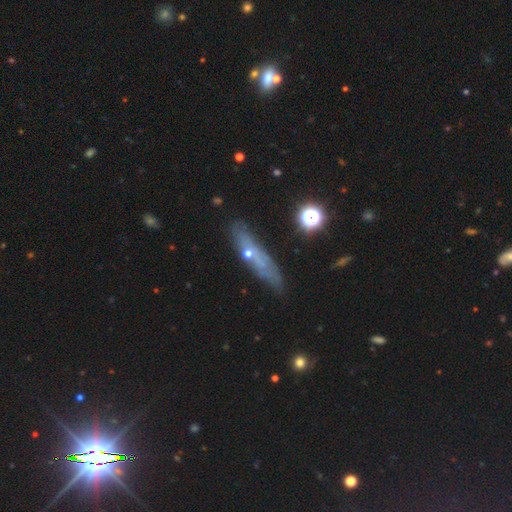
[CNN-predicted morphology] A featured or disk galaxy (52%) viewed edge-on (61%). Merging: none (76%).